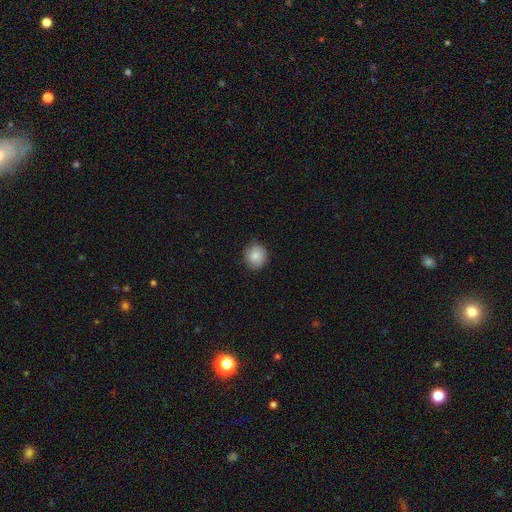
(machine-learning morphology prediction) A smooth galaxy with no disk features (83%) that is round (84%). Merging: none (84%).